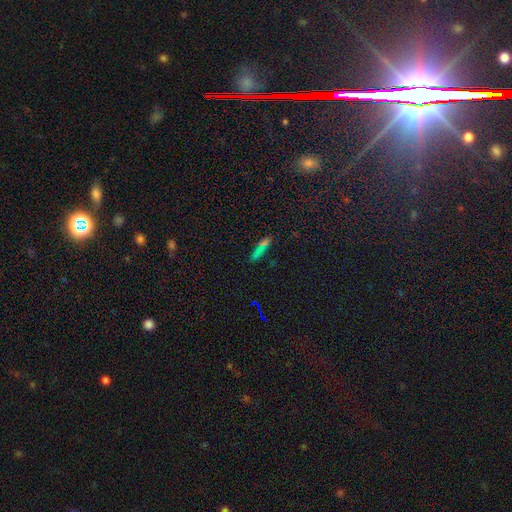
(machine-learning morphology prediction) smooth-or-featured: star or artifact: 39% | smooth: 38% | featured or disk: 24%